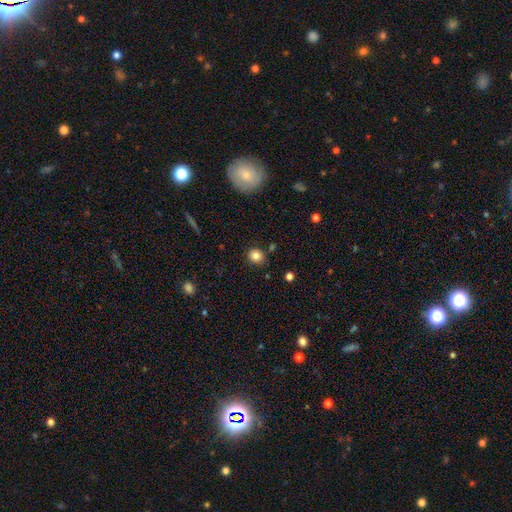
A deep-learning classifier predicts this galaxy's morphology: type=smooth (83%); roundness=round (84%); merging=none (85%).